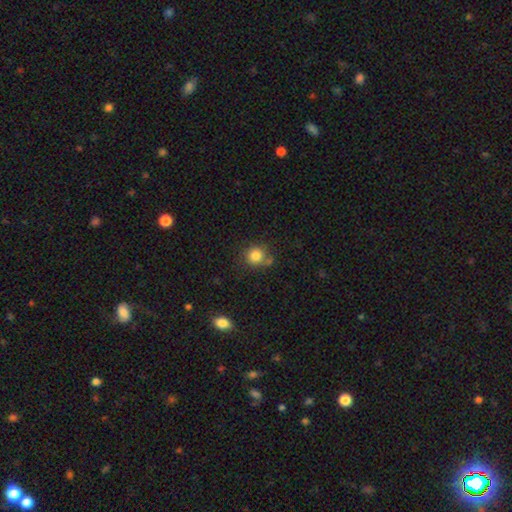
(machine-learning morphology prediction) smooth_or_featured: smooth (p=0.83) [alt: star or artifact p=0.11]
how_rounded: round (p=0.89) [alt: in between p=0.10]
merging: none (p=0.71) [alt: minor disturbance p=0.13]